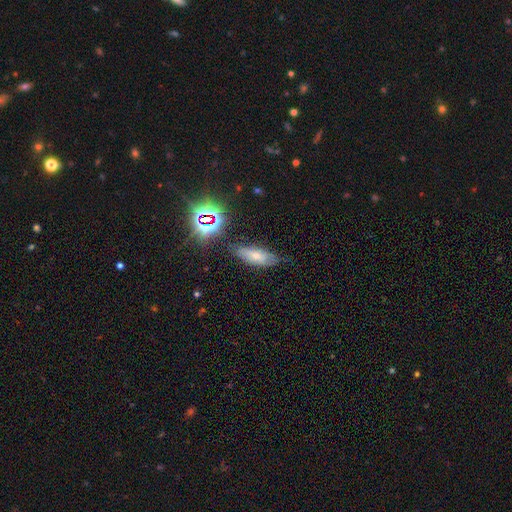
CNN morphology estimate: smooth_or_featured: smooth (p=0.67) [alt: featured or disk p=0.17]
how_rounded: in between (p=0.73) [alt: cigar-shaped p=0.24]
merging: none (p=0.69) [alt: minor disturbance p=0.21]